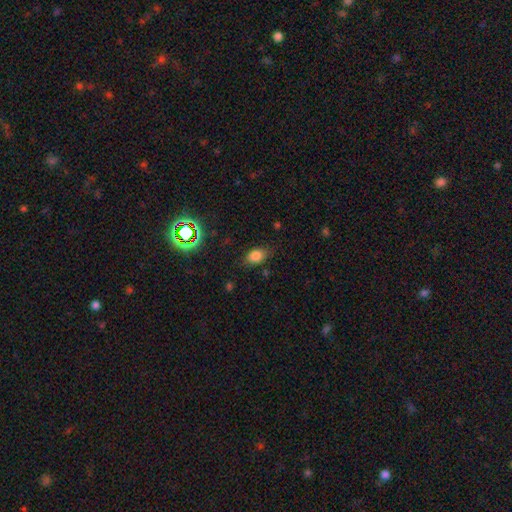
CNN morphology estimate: Overall: smooth (78%). How rounded: in between (80%). Merging: none (78%).